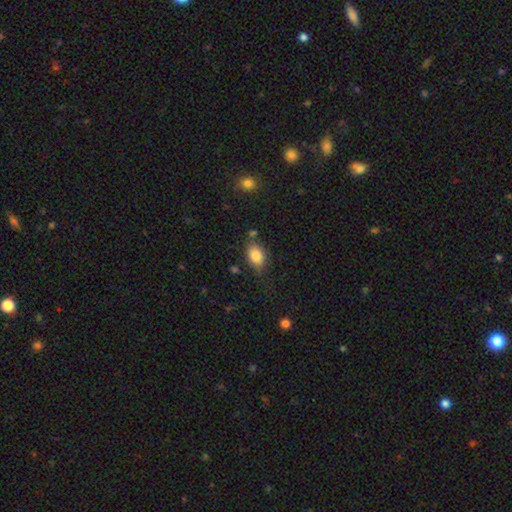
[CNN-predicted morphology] Smooth or featured? Predicted: smooth (p=0.85). How rounded? Predicted: in between (p=0.79). Merging? Predicted: none (p=0.74).